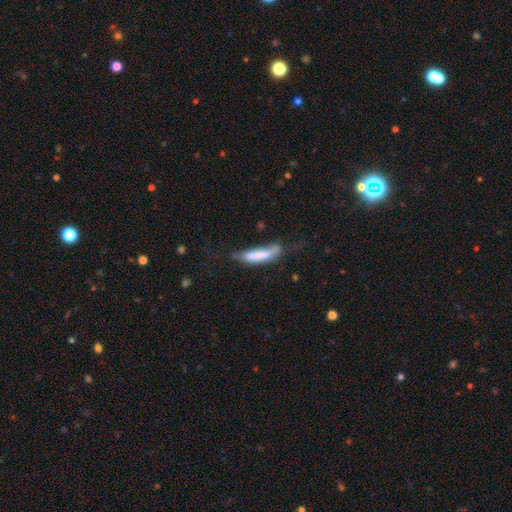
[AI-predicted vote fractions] This appears to be a smooth galaxy with no disk features (67%) that is cigar-shaped (80%). Merging: none (42%).